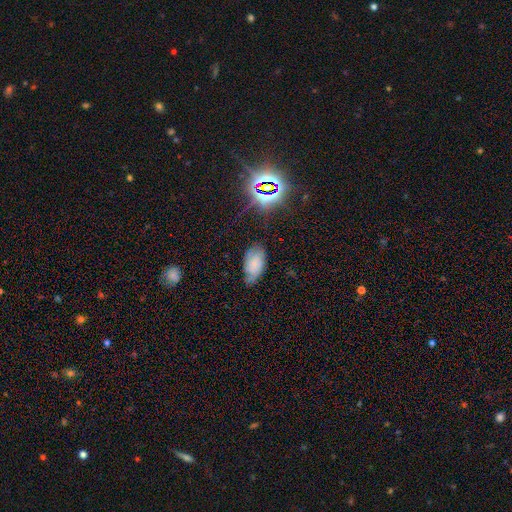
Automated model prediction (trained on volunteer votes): smooth-or-featured: star or artifact: 40% | smooth: 39% | featured or disk: 21%